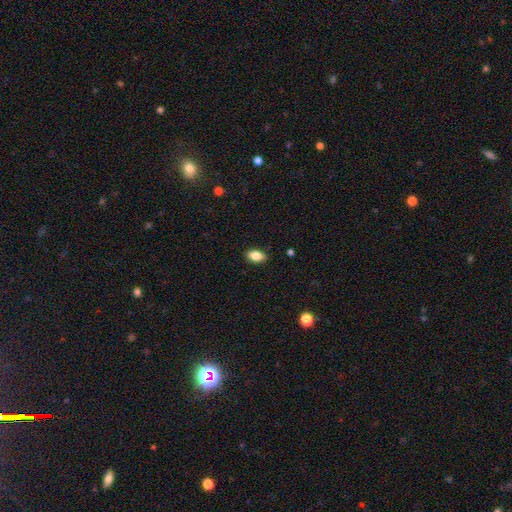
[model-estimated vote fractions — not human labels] smooth_or_featured: smooth (p=0.84) [alt: star or artifact p=0.08]
how_rounded: in between (p=0.89) [alt: round p=0.08]
merging: none (p=0.88) [alt: minor disturbance p=0.09]